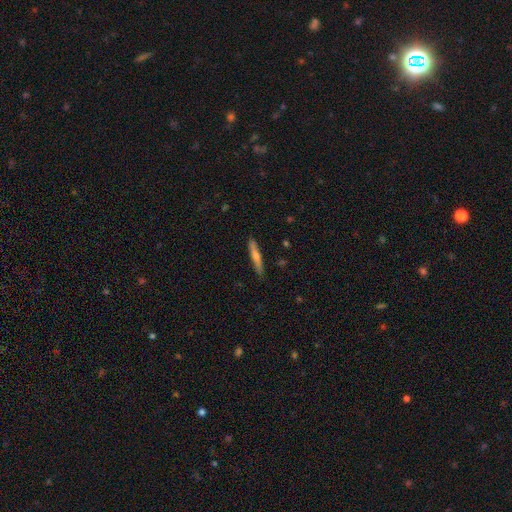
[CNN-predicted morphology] type=smooth (53%); roundness=cigar-shaped (93%); merging=none (87%).